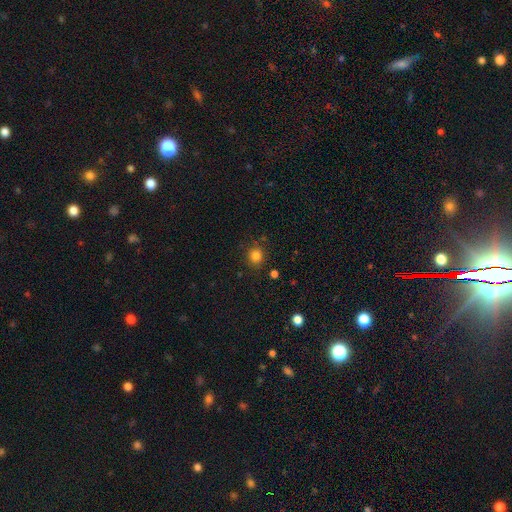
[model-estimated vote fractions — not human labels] The model was most divided on "how rounded": round: 83%, in between: 16%, cigar-shaped: 1%. More confident: merging — none (84%); smooth or featured — smooth (82%).